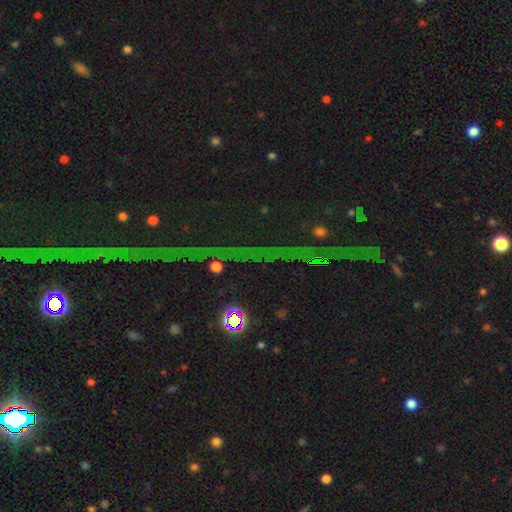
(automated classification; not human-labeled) This is clearly a star or artifact rather than a galaxy (83%).